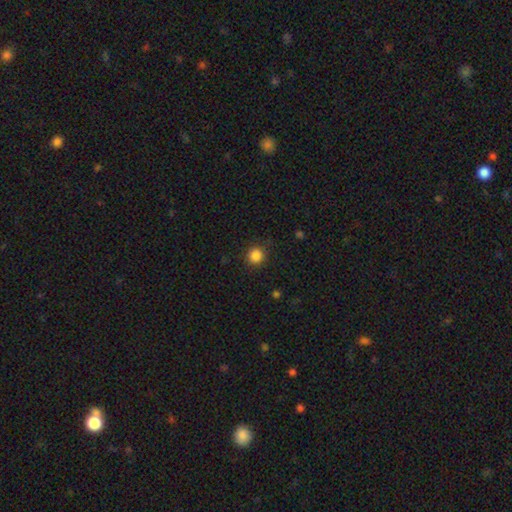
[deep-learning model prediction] Morphology: type=smooth (85%); roundness=round (92%); merging=none (87%).